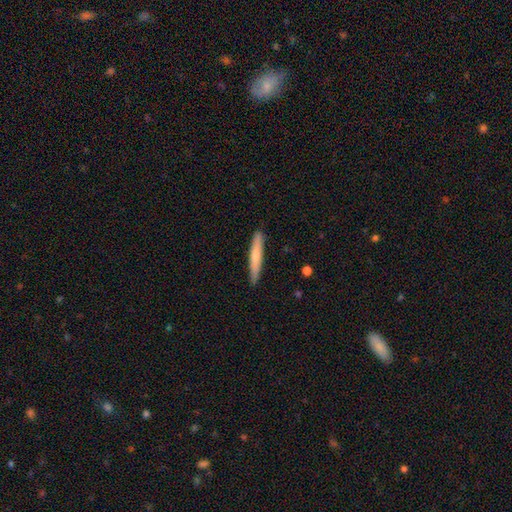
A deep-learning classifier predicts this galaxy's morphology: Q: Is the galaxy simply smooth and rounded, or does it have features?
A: smooth — 64%.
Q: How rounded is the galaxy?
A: cigar-shaped — 94%.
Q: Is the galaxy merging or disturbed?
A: none — 89%.